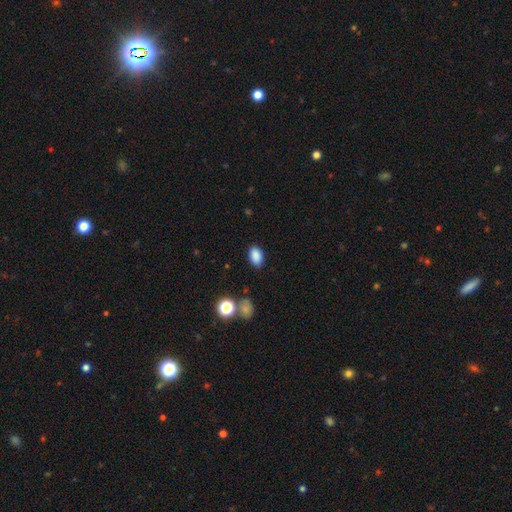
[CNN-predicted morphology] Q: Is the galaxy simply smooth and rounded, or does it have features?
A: smooth — 87%.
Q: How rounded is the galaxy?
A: in between — 88%.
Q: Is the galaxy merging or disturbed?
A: none — 85%.